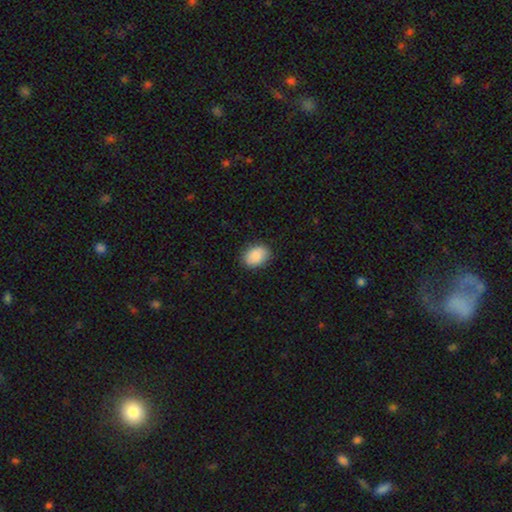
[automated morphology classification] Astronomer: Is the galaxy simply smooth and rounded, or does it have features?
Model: smooth — 88%.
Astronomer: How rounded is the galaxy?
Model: in between — 73%.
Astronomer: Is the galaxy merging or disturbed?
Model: none — 84%.